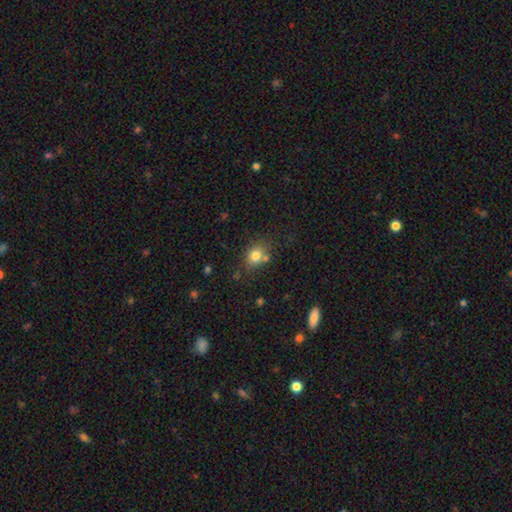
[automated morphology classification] smooth_or_featured: smooth (p=0.80) [alt: star or artifact p=0.11]
how_rounded: round (p=0.52) [alt: in between p=0.47]
merging: none (p=0.66) [alt: minor disturbance p=0.15]